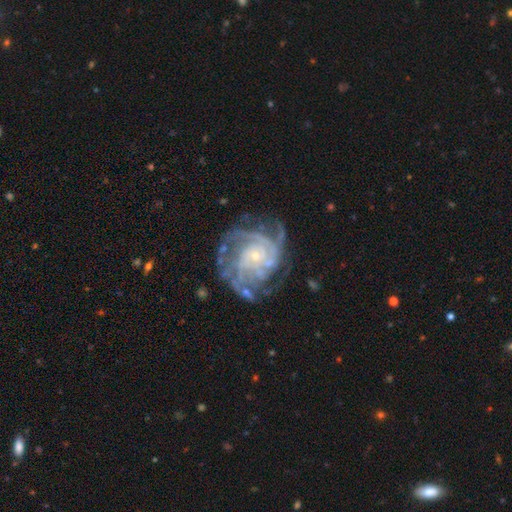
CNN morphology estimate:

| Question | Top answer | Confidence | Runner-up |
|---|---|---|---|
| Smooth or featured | featured or disk | 88% | star or artifact (6%) |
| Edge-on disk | no | 98% | yes (2%) |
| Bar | no | 74% | weak (20%) |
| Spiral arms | yes | 96% | no (4%) |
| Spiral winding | tight | 63% | medium (30%) |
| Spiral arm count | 4 | 26% | can't tell (23%) |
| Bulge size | small | 80% | moderate (15%) |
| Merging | none | 64% | minor disturbance (19%) |